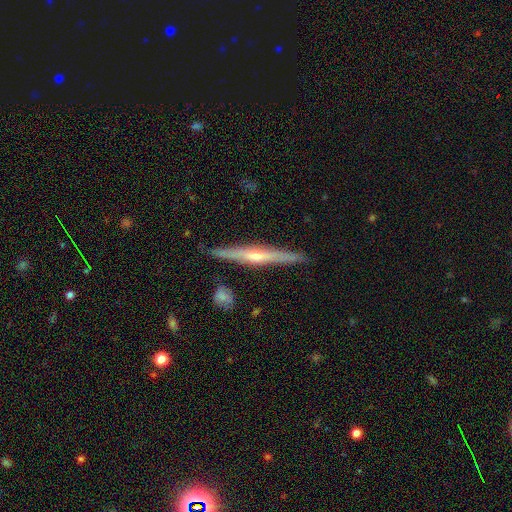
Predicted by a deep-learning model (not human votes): Overall: featured or disk (70%). Edge-on disk: yes (97%). Edge-on bulge: rounded (70%). Merging: none (88%).